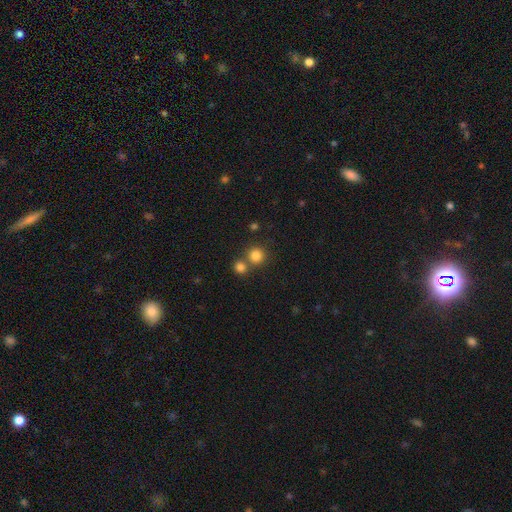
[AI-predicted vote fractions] A smooth galaxy with no disk features (82%) that is round (92%).

Vote fractions:
- Smooth or featured? smooth: 82% / star or artifact: 13% / featured or disk: 6%
- How rounded? round: 92% / in between: 7% / cigar-shaped: 1%
- Merging? none: 63% / merger: 28% / minor disturbance: 6% / major disturbance: 3%